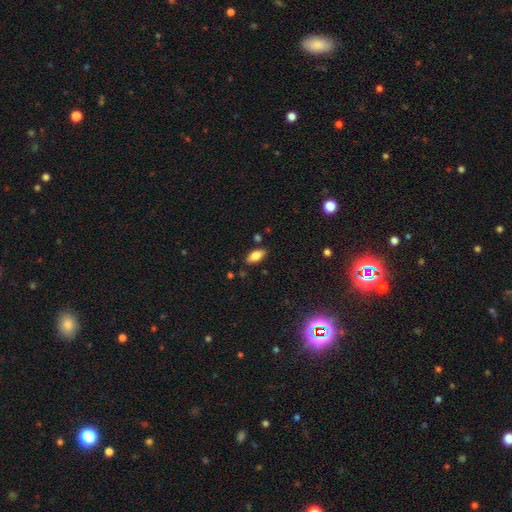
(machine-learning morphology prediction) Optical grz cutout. It shows a smooth galaxy with no disk features (82%) that is in between round and cigar-shaped (88%). Merging: none (83%).